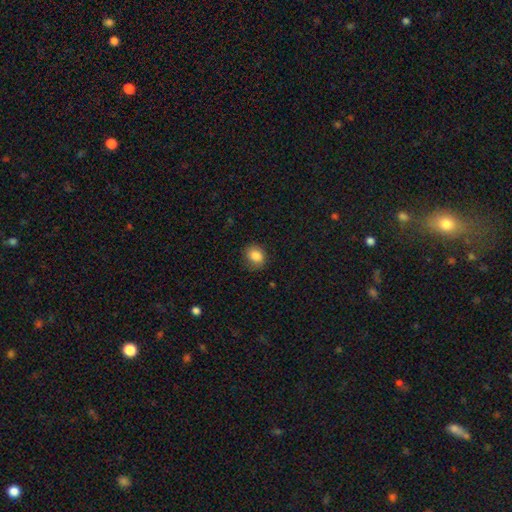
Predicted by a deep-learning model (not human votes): This appears to be a smooth galaxy with no disk features (85%) that is round (61%). Merging: none (85%).